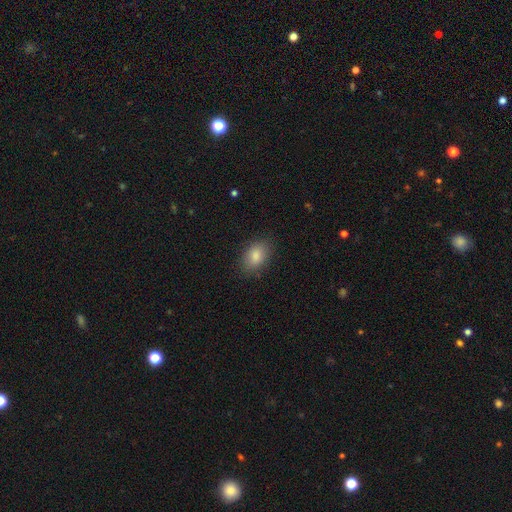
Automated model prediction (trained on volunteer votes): Smooth or featured: smooth — 85% (star or artifact — 8%)
How rounded: in between — 84% (round — 14%)
Merging: none — 83% (minor disturbance — 12%)